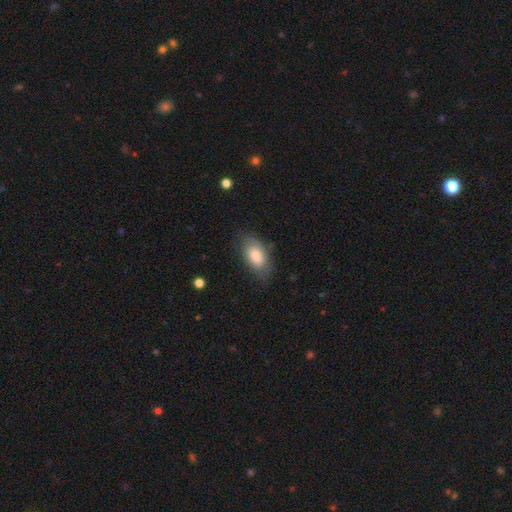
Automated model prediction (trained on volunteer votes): smooth 77%, featured or disk 16%, star or artifact 6%. Down the decision tree: how rounded — in between (93%); merging — none (74%).